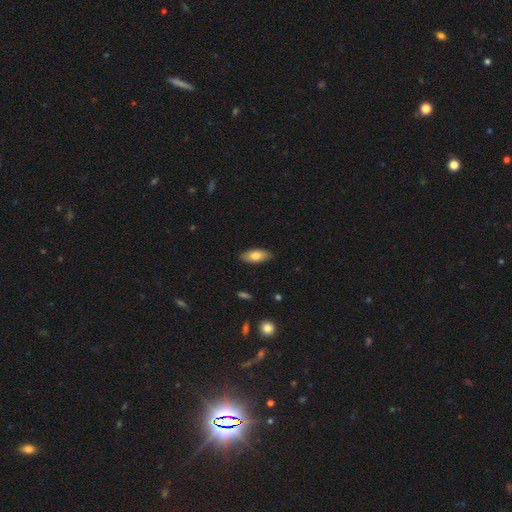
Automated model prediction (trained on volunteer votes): Smooth or featured: smooth — 76% (featured or disk — 18%)
How rounded: in between — 83% (cigar-shaped — 14%)
Merging: none — 87% (minor disturbance — 10%)